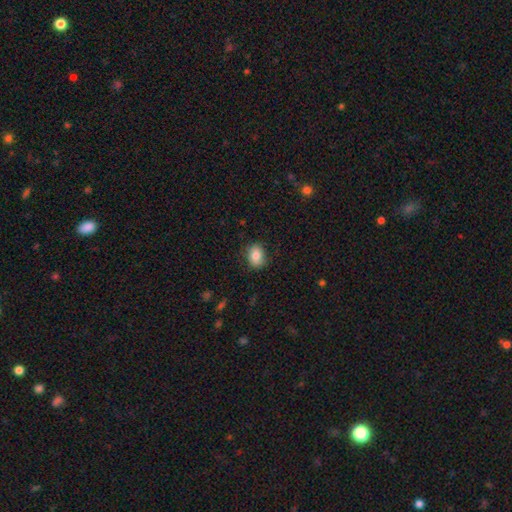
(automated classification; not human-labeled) This appears to be a smooth galaxy with no disk features (83%) that is in between round and cigar-shaped (60%). Merging: none (83%).